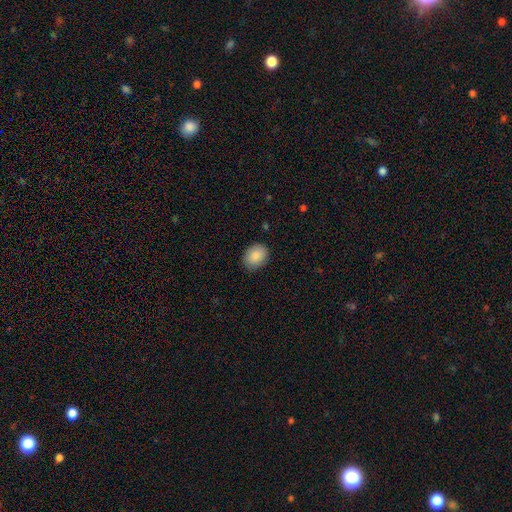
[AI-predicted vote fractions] Q: Smooth or featured?
A: smooth (88%); runner-up: star or artifact (7%)
Q: How rounded?
A: in between (59%); runner-up: round (41%)
Q: Merging?
A: none (85%); runner-up: minor disturbance (12%)